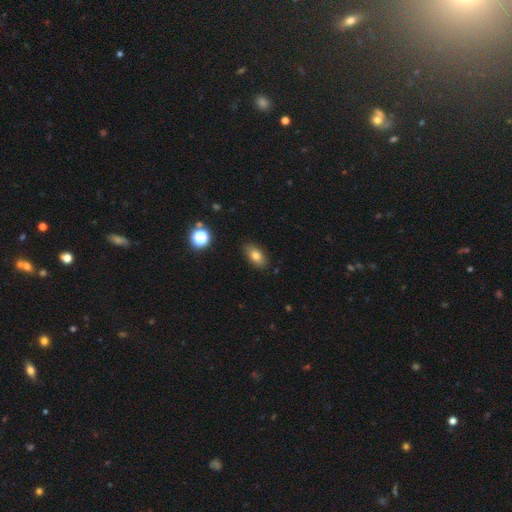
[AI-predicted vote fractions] smooth_or_featured: smooth (p=0.79) [alt: featured or disk p=0.11]
how_rounded: in between (p=0.87) [alt: round p=0.09]
merging: none (p=0.86) [alt: minor disturbance p=0.10]